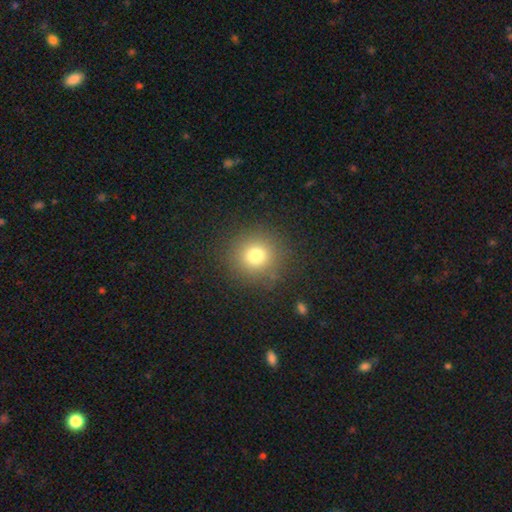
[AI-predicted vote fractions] Morphology: type=smooth (76%); roundness=round (92%); merging=none (88%).